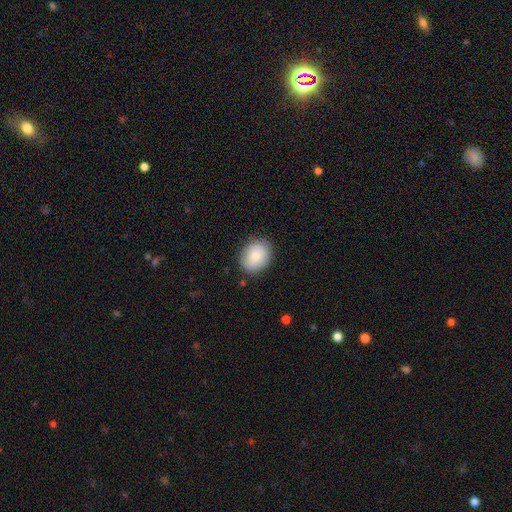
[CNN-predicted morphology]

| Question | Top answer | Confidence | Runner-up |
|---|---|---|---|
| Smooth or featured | smooth | 82% | featured or disk (11%) |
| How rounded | in between | 51% | round (48%) |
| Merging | none | 84% | minor disturbance (12%) |